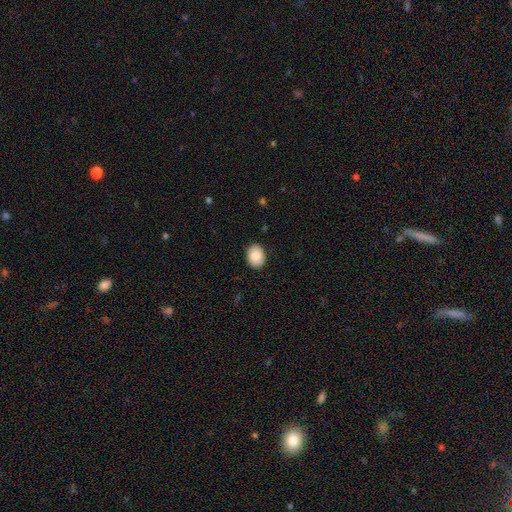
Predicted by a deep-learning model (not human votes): smooth 88%, star or artifact 7%, featured or disk 5%. Down the decision tree: how rounded — in between (67%); merging — none (88%).